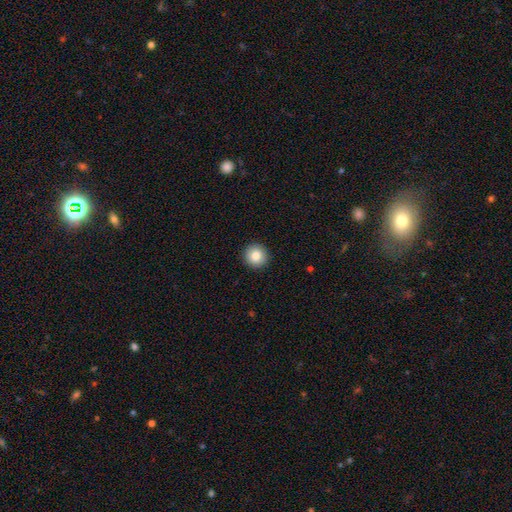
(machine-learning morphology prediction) A smooth galaxy with no disk features (83%) that is round (95%). Merging: none (93%).